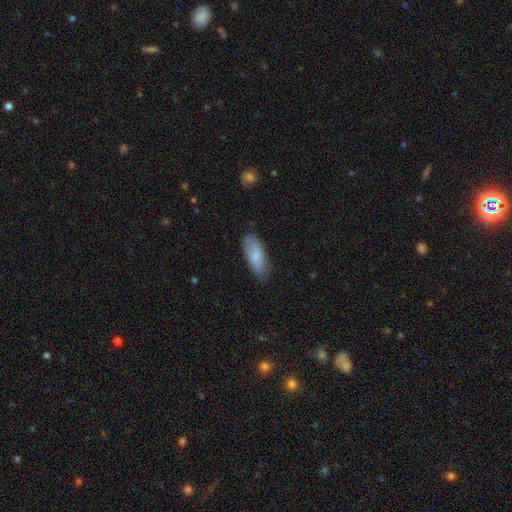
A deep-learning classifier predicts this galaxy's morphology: Smooth or featured?
  - smooth: 79% *
  - featured or disk: 16%
  - star or artifact: 6%
How rounded?
  - in between: 79% *
  - cigar-shaped: 19%
  - round: 2%
Merging?
  - none: 79% *
  - minor disturbance: 17%
  - major disturbance: 3%
  - merger: 1%